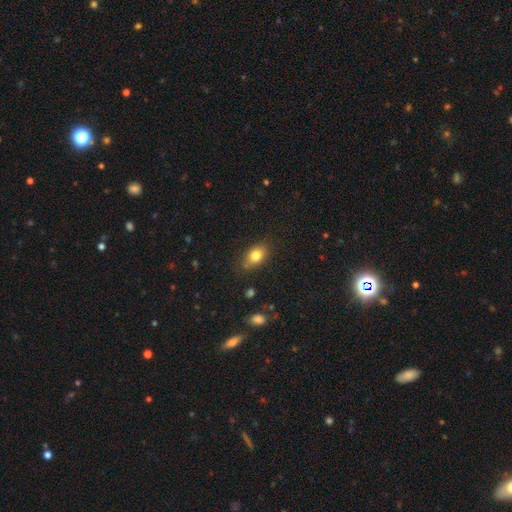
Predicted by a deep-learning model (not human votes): This is clearly a smooth galaxy (81%). How rounded: likely in between (78%). Merging: likely none (80%).